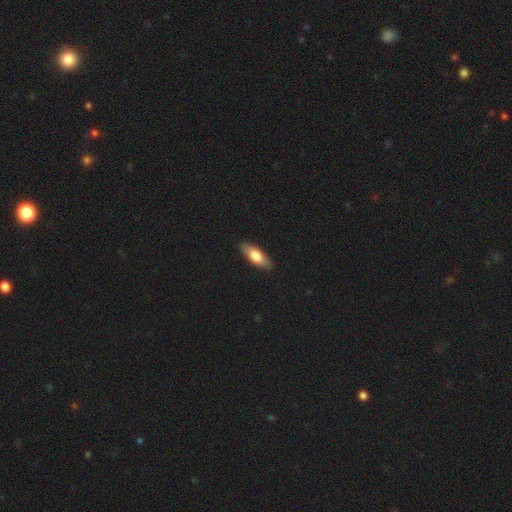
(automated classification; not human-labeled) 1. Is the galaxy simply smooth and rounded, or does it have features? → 75% smooth, 20% featured or disk, 6% star or artifact.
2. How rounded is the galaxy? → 73% in between, 24% cigar-shaped, 2% round.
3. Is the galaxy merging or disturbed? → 87% none, 10% minor disturbance, 2% major disturbance, 1% merger.